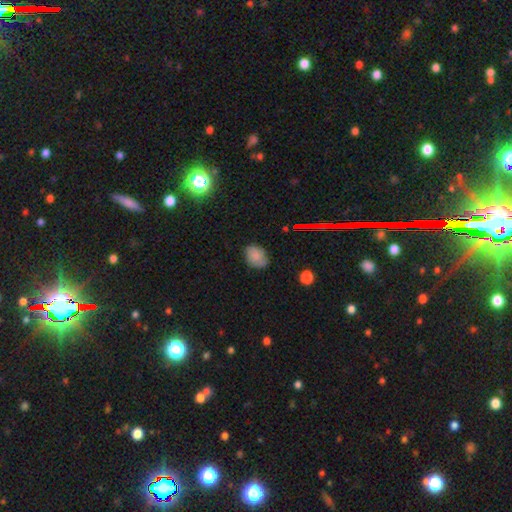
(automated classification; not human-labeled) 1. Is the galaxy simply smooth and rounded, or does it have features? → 75% smooth, 14% featured or disk, 11% star or artifact.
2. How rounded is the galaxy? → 68% in between, 31% round, 1% cigar-shaped.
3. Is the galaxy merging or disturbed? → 71% none, 23% minor disturbance, 5% major disturbance, 2% merger.